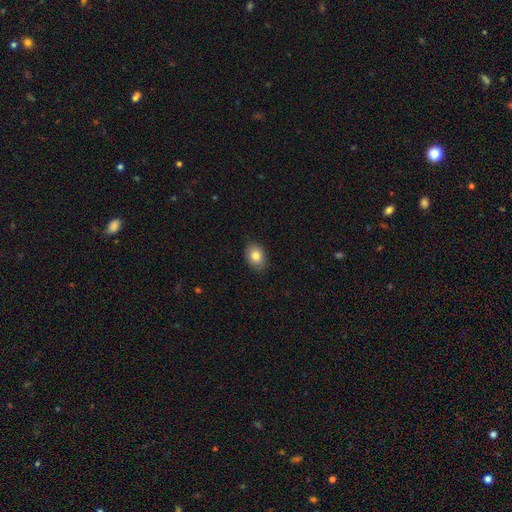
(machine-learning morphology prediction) smooth_or_featured: smooth (p=0.82) [alt: featured or disk p=0.09]
how_rounded: in between (p=0.70) [alt: round p=0.29]
merging: none (p=0.86) [alt: minor disturbance p=0.11]